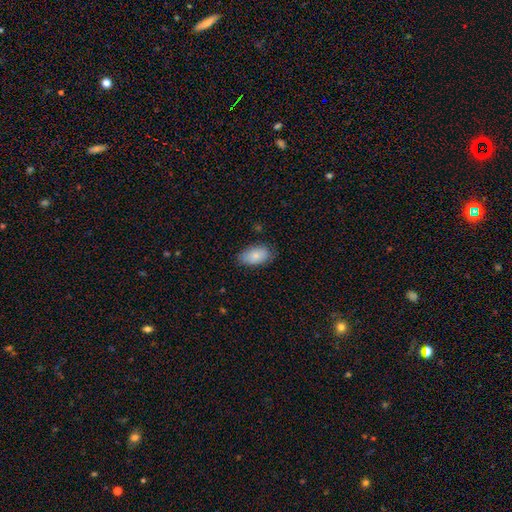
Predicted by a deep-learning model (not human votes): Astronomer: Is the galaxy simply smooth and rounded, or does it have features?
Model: smooth — 82%.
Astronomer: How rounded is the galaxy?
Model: in between — 93%.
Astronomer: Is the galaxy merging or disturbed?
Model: none — 77%.